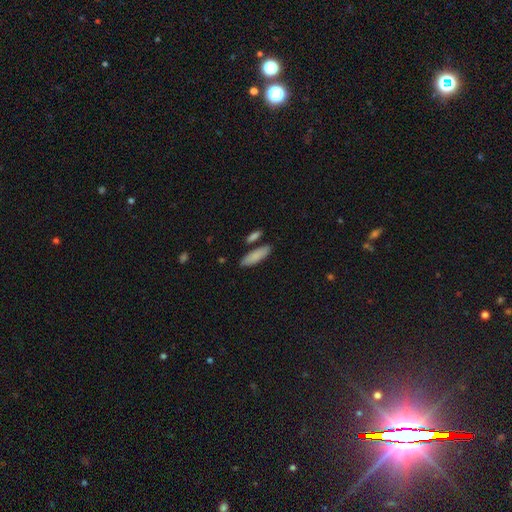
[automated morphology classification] Q: Smooth or featured?
A: smooth (85%); runner-up: featured or disk (9%)
Q: How rounded?
A: in between (54%); runner-up: cigar-shaped (43%)
Q: Merging?
A: none (79%); runner-up: minor disturbance (10%)